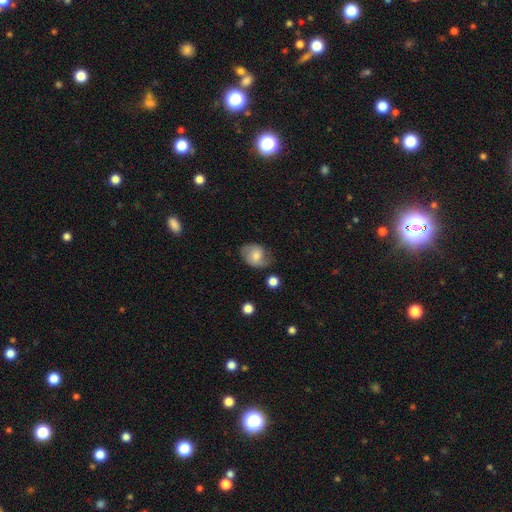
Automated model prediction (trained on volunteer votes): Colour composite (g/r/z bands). It shows a smooth galaxy with no disk features (53%) that is in between round and cigar-shaped (56%). Merging: none (63%).